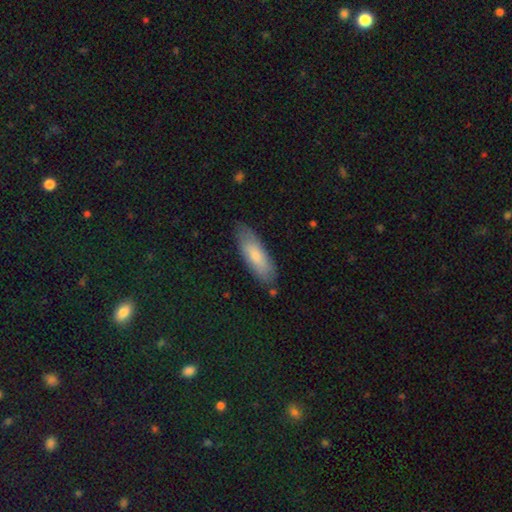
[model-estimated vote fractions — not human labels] smooth-or-featured: smooth: 75% | featured or disk: 20% | star or artifact: 6%
  how-rounded: in between: 59% | cigar-shaped: 40% | round: 2%
  merging: none: 78% | minor disturbance: 17% | major disturbance: 3% | merger: 2%